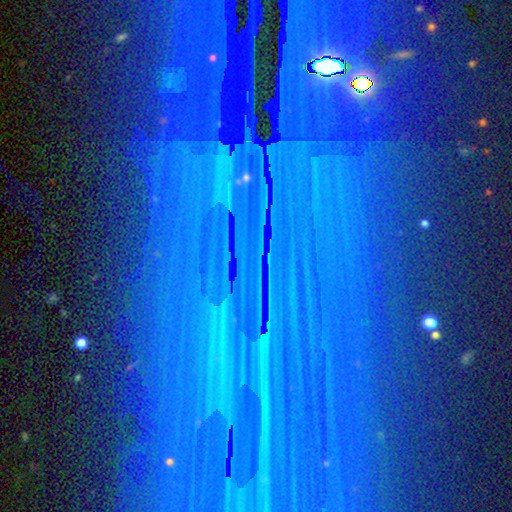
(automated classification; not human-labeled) Smooth or featured? Predicted: star or artifact (p=0.82).